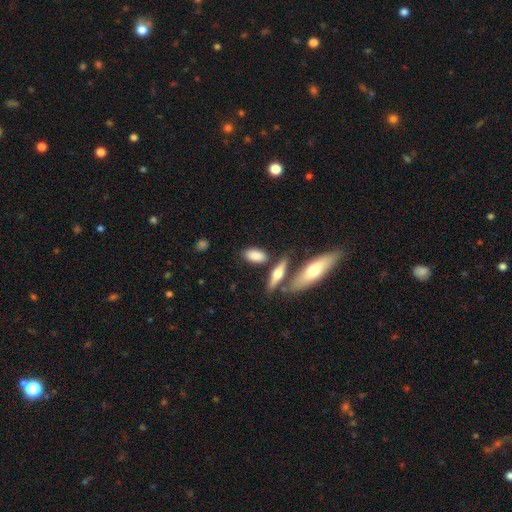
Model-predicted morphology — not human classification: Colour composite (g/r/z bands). It shows a smooth galaxy with no disk features (81%) that is in between round and cigar-shaped (84%). Merging: none (67%).